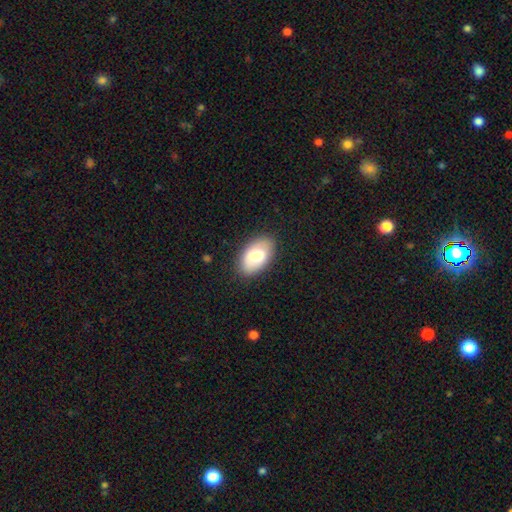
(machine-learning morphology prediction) smooth-or-featured: smooth: 75% | featured or disk: 18% | star or artifact: 7%
  how-rounded: in between: 93% | round: 5% | cigar-shaped: 1%
  merging: none: 84% | minor disturbance: 12% | major disturbance: 3% | merger: 1%